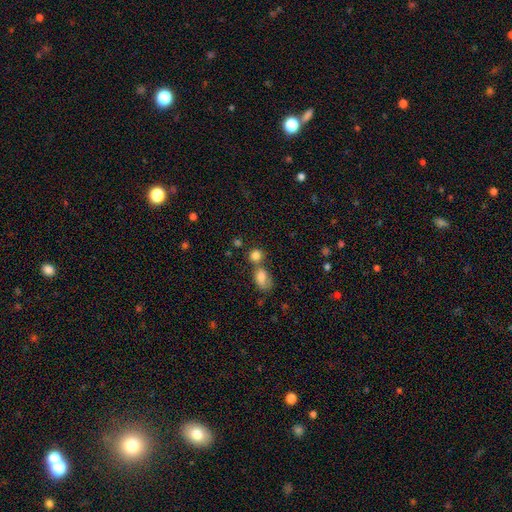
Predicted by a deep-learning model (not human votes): This is clearly a smooth galaxy (82%). How rounded: likely round (76%). Merging: possibly none (50%).